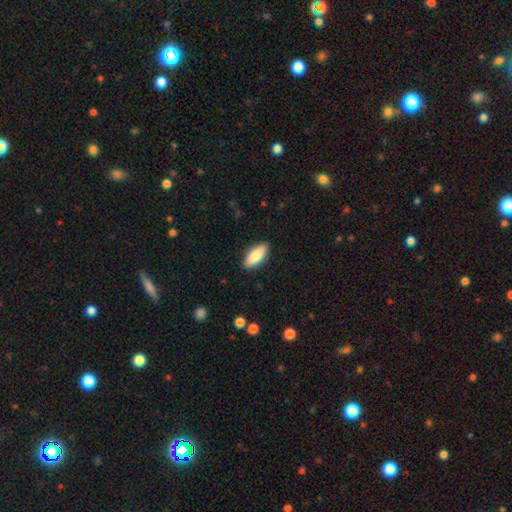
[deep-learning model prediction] The model was most divided on "how rounded": in between: 77%, cigar-shaped: 21%, round: 2%. More confident: merging — none (89%); smooth or featured — smooth (84%).